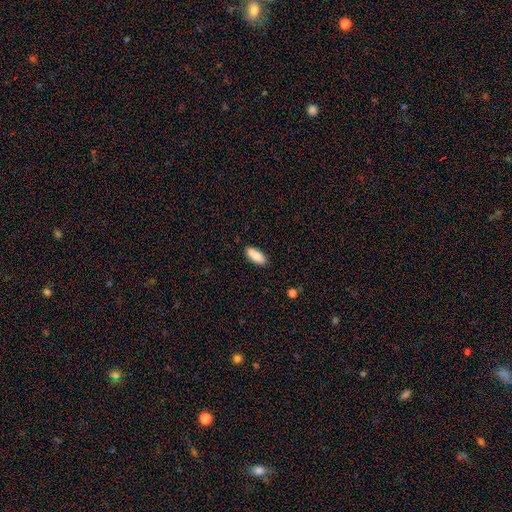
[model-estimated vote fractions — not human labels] Smooth or featured: smooth — 87% (featured or disk — 6%)
How rounded: in between — 79% (cigar-shaped — 19%)
Merging: none — 84% (minor disturbance — 12%)